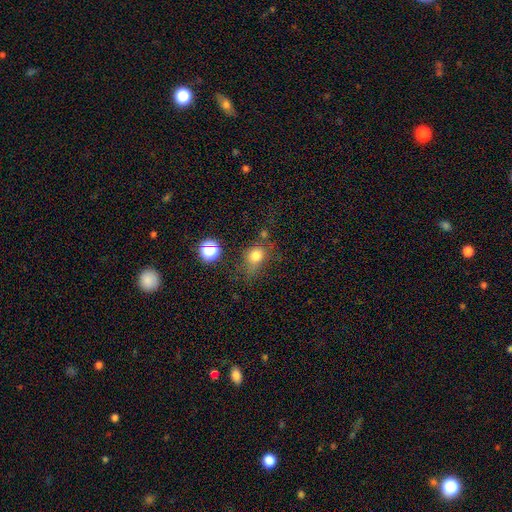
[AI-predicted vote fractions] A smooth galaxy with no disk features (74%) that is round (57%).

Vote fractions:
- Smooth or featured? smooth: 74% / star or artifact: 16% / featured or disk: 10%
- How rounded? round: 57% / in between: 41% / cigar-shaped: 2%
- Merging? none: 50% / minor disturbance: 26% / major disturbance: 17% / merger: 8%